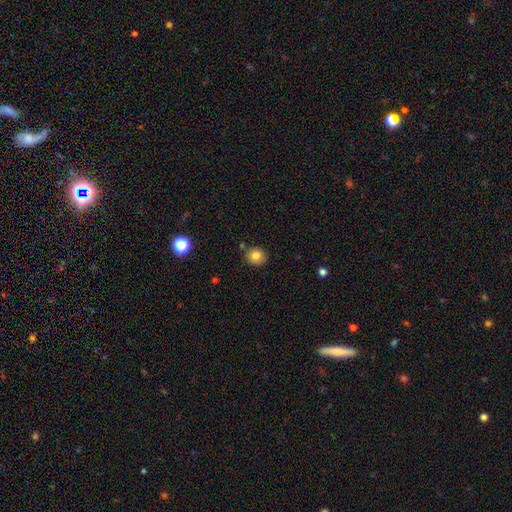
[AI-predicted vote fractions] A smooth galaxy with no disk features (82%) that is round (85%).

Vote fractions:
- Smooth or featured? smooth: 82% / star or artifact: 10% / featured or disk: 8%
- How rounded? round: 85% / in between: 14% / cigar-shaped: 1%
- Merging? none: 85% / minor disturbance: 9% / merger: 4% / major disturbance: 2%